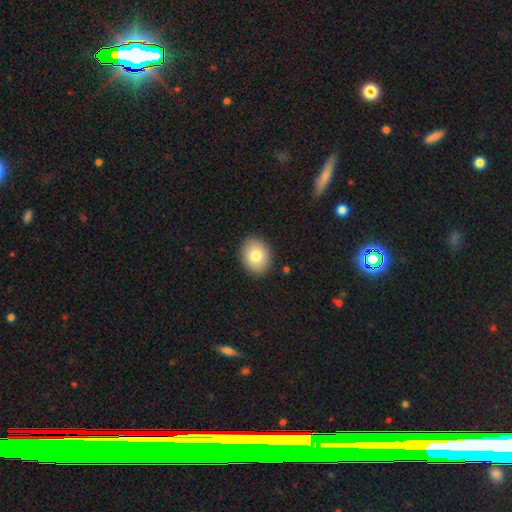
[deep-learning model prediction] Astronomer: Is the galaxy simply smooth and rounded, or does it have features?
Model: smooth — 81%.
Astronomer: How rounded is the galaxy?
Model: in between — 50% (runner-up: round, 49%).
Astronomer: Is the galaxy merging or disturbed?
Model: none — 90%.